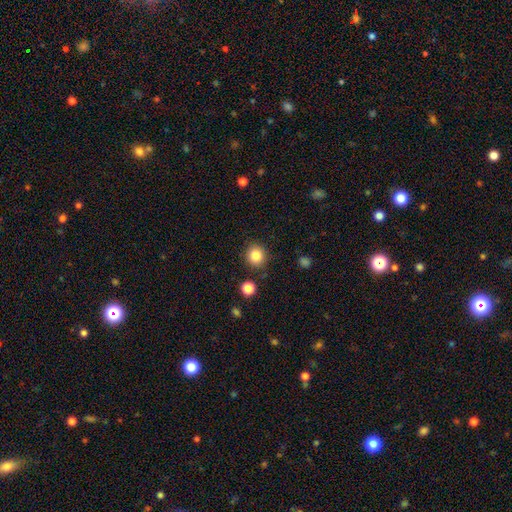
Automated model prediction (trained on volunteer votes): smooth_or_featured: smooth (p=0.84) [alt: star or artifact p=0.11]
how_rounded: round (p=0.90) [alt: in between p=0.09]
merging: none (p=0.88) [alt: minor disturbance p=0.07]